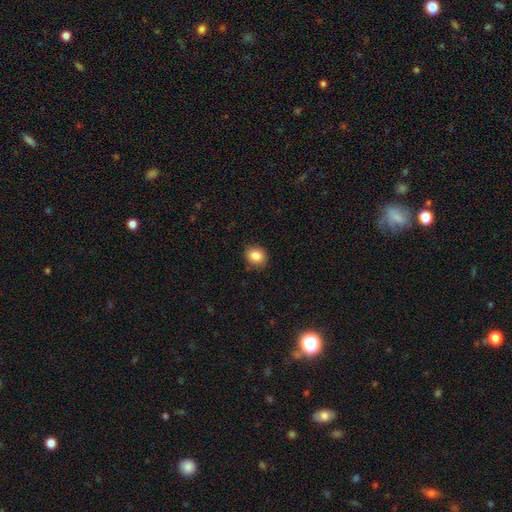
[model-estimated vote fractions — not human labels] Smooth or featured? Predicted: smooth (p=0.85). How rounded? Predicted: round (p=0.74). Merging? Predicted: none (p=0.86).